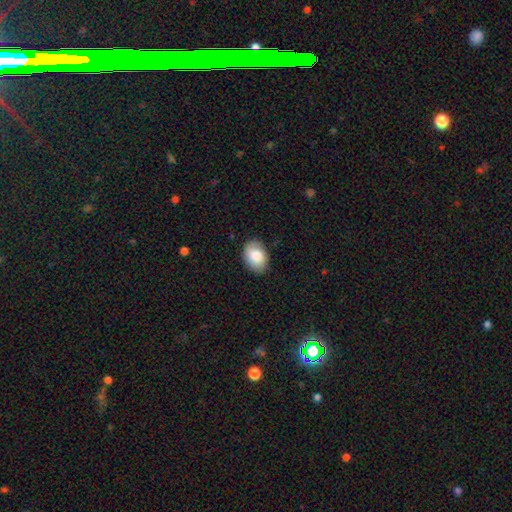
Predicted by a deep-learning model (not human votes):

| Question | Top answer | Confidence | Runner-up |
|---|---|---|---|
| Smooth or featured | smooth | 85% | featured or disk (9%) |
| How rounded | in between | 84% | round (15%) |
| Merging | none | 84% | minor disturbance (13%) |